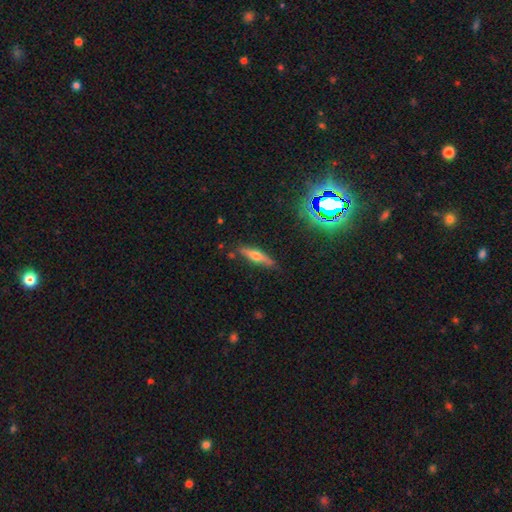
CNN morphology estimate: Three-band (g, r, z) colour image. It shows a featured or disk galaxy (47%). Merging: none (82%).